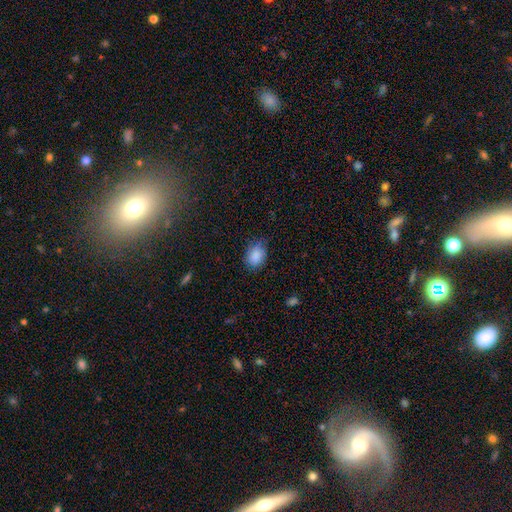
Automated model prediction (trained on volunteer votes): A smooth galaxy with no disk features (85%) that is in between round and cigar-shaped (74%). Merging: none (68%).